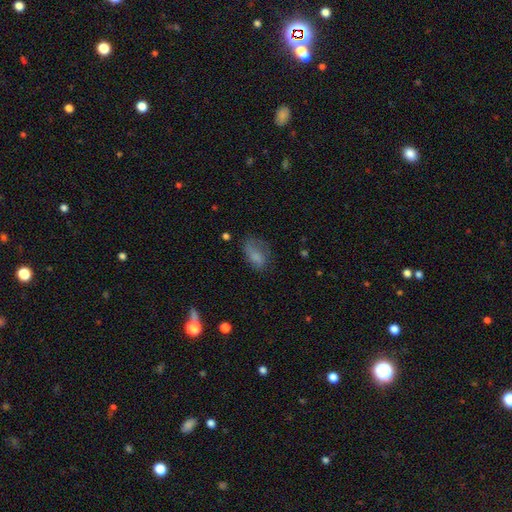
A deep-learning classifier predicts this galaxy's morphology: smooth_or_featured: smooth (p=0.72) [alt: featured or disk p=0.18]
how_rounded: in between (p=0.88) [alt: round p=0.08]
merging: none (p=0.49) [alt: minor disturbance p=0.30]